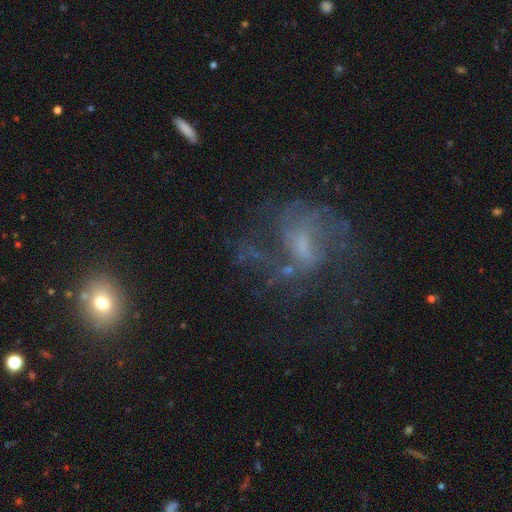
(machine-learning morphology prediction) This is likely a featured or disk galaxy (65%). It is clearly not viewed edge-on (96%). Bar: possibly no (48%). Spiral arm pattern: likely yes (66%). Central bulge: marginally small (41%). Merging: possibly none (46%).